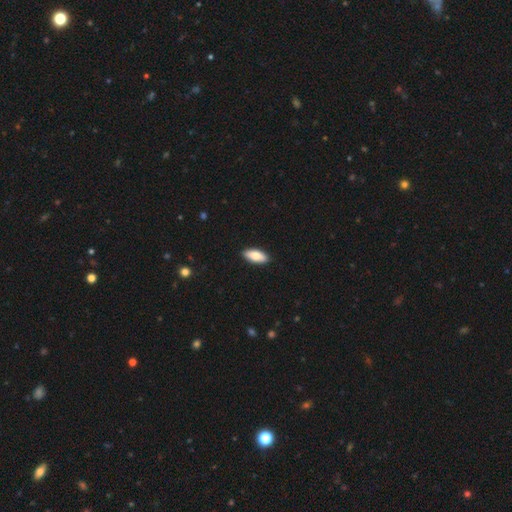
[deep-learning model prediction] A smooth galaxy with no disk features (78%) that is in between round and cigar-shaped (83%). Merging: none (91%).